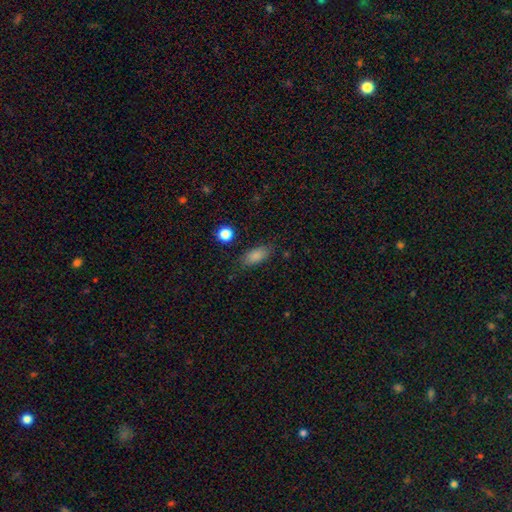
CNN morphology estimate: Smooth or featured?
  - smooth: 85% *
  - star or artifact: 9%
  - featured or disk: 6%
How rounded?
  - in between: 84% *
  - cigar-shaped: 11%
  - round: 5%
Merging?
  - none: 80% *
  - minor disturbance: 14%
  - major disturbance: 4%
  - merger: 2%